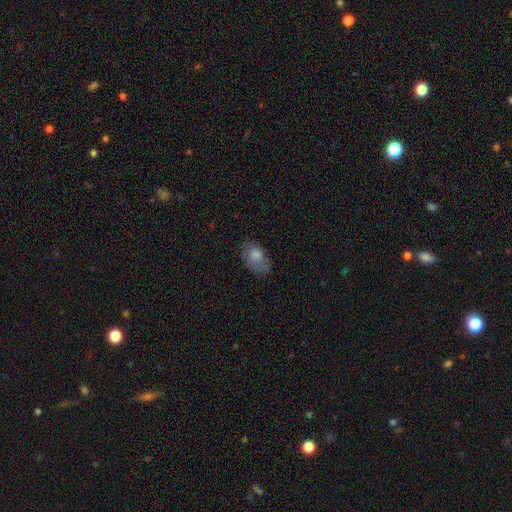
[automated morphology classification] A smooth galaxy with no disk features (76%) that is in between round and cigar-shaped (87%).

Vote fractions:
- Smooth or featured? smooth: 76% / featured or disk: 16% / star or artifact: 8%
- How rounded? in between: 87% / round: 11% / cigar-shaped: 1%
- Merging? none: 55% / minor disturbance: 29% / major disturbance: 14% / merger: 2%